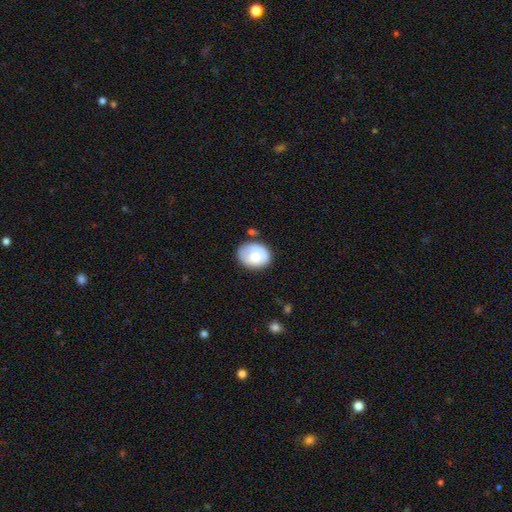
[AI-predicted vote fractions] A smooth galaxy with no disk features (73%) that is in between round and cigar-shaped (61%).

Vote fractions:
- Smooth or featured? smooth: 73% / featured or disk: 20% / star or artifact: 7%
- How rounded? in between: 61% / round: 38% / cigar-shaped: 1%
- Merging? none: 66% / minor disturbance: 22% / major disturbance: 6% / merger: 6%